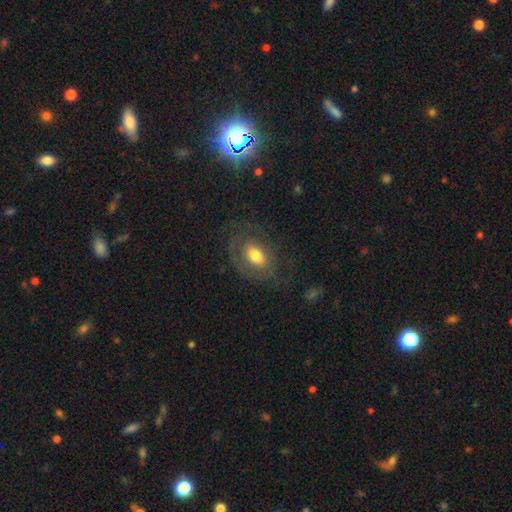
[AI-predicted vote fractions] This appears to be a featured or disk galaxy (52%). Merging: none (64%).